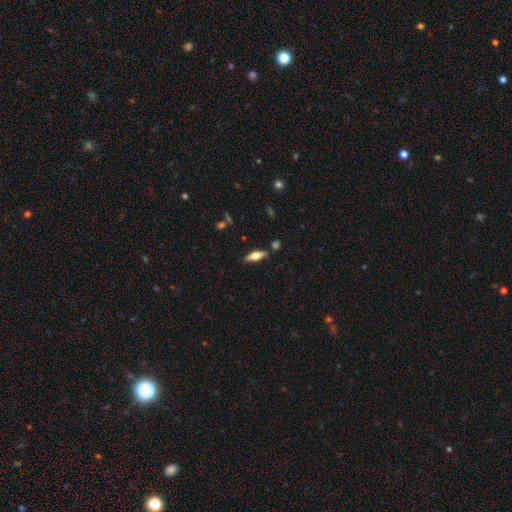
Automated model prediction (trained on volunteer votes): smooth_or_featured: featured or disk (p=0.52) [alt: smooth p=0.41]
disk_edge_on: yes (p=0.91) [alt: no p=0.09]
merging: none (p=0.79) [alt: minor disturbance p=0.13]